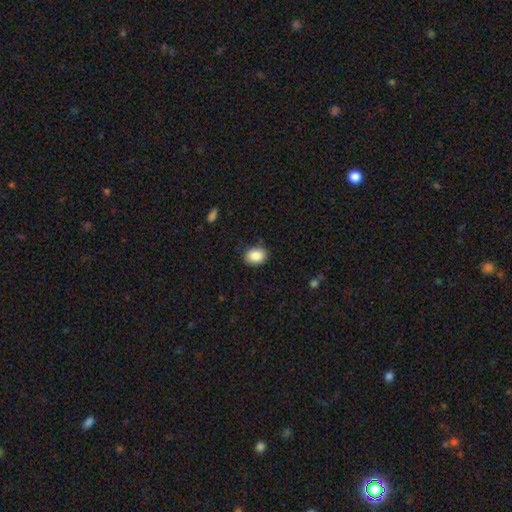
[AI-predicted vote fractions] smooth 86%, star or artifact 8%, featured or disk 6%. Down the decision tree: how rounded — in between (64%); merging — none (86%).